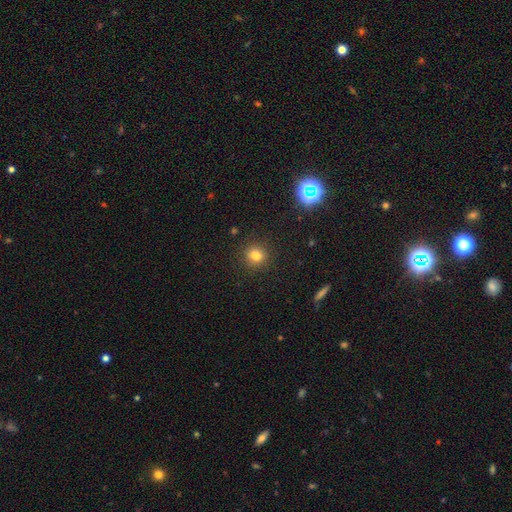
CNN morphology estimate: The model was most divided on "smooth or featured": smooth: 77%, star or artifact: 16%, featured or disk: 7%. More confident: merging — none (90%); how rounded — round (87%).